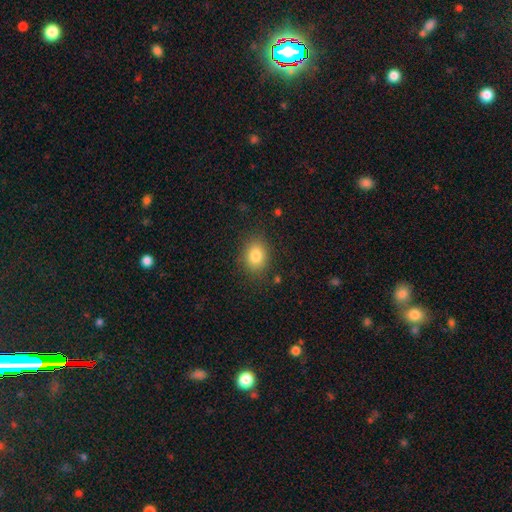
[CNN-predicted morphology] Smooth or featured?
  - smooth: 83% *
  - star or artifact: 10%
  - featured or disk: 7%
How rounded?
  - in between: 53% *
  - round: 46%
  - cigar-shaped: 1%
Merging?
  - none: 85% *
  - minor disturbance: 11%
  - major disturbance: 3%
  - merger: 1%